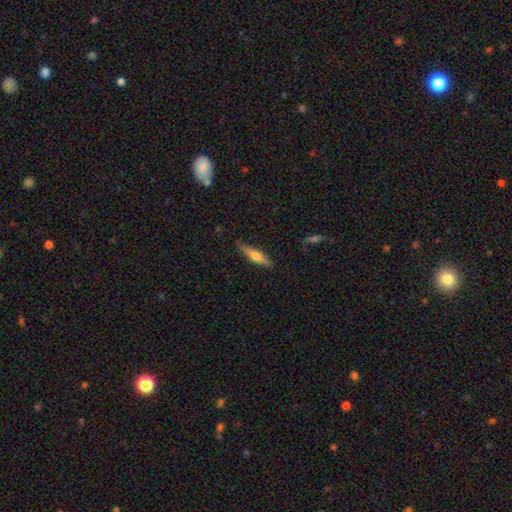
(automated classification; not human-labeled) A featured or disk galaxy (49%). Merging: none (86%).